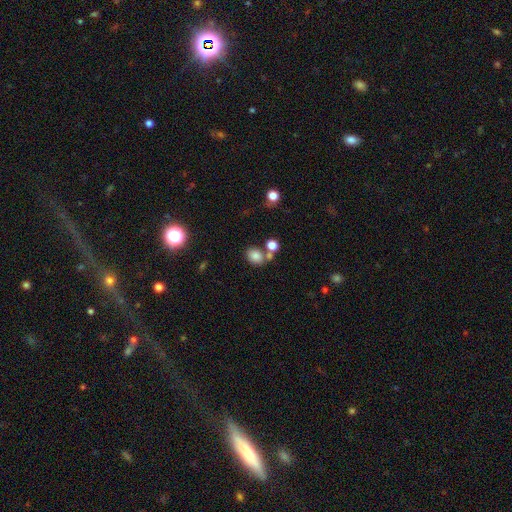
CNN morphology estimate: A smooth galaxy with no disk features (80%) that is round (52%).

Vote fractions:
- Smooth or featured? smooth: 80% / star or artifact: 12% / featured or disk: 8%
- How rounded? round: 52% / in between: 47% / cigar-shaped: 1%
- Merging? none: 61% / merger: 24% / minor disturbance: 11% / major disturbance: 4%